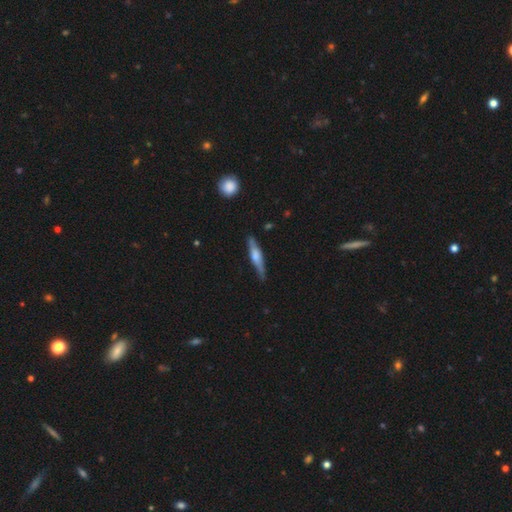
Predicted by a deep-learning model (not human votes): smooth-or-featured: featured or disk: 56% | smooth: 39% | star or artifact: 6%
  disk-edge-on: yes: 93% | no: 7%
    edge-on-bulge: rounded: 73% | boxy: 18% | none: 9%
  merging: none: 81% | minor disturbance: 15% | major disturbance: 3% | merger: 2%